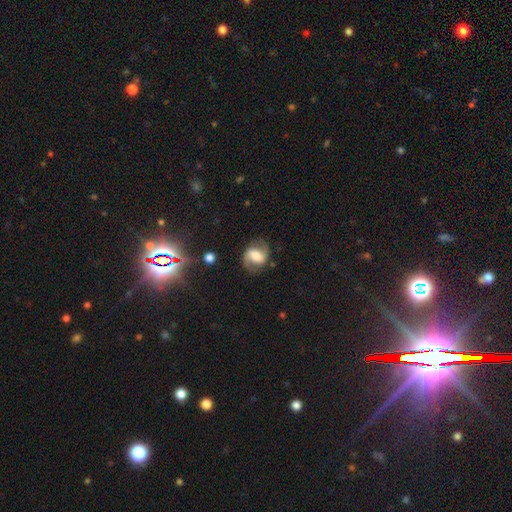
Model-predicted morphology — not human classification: smooth-or-featured: featured or disk: 73% | smooth: 19% | star or artifact: 8%
  disk-edge-on: no: 97% | yes: 3%
    bar: weak: 43% | strong: 30% | no: 27%
    has-spiral-arms: yes: 92% | no: 8%
      spiral-winding: medium: 47% | loose: 35% | tight: 17%
      spiral-arm-count: 2: 90% | can't tell: 4% | 1: 3% | 3: 1% | 4: 1% | more than 4: 1%
    bulge-size: moderate: 50% | large: 23% | small: 19% | none: 4% | dominant: 4%
  merging: none: 78% | minor disturbance: 14% | major disturbance: 7% | merger: 2%